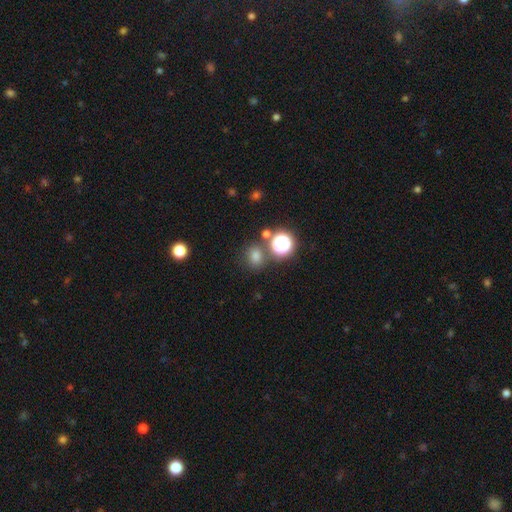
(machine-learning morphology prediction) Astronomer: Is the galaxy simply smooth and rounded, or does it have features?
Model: smooth — 69%.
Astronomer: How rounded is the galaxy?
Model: round — 68%.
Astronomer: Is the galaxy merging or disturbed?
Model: none — 74%.